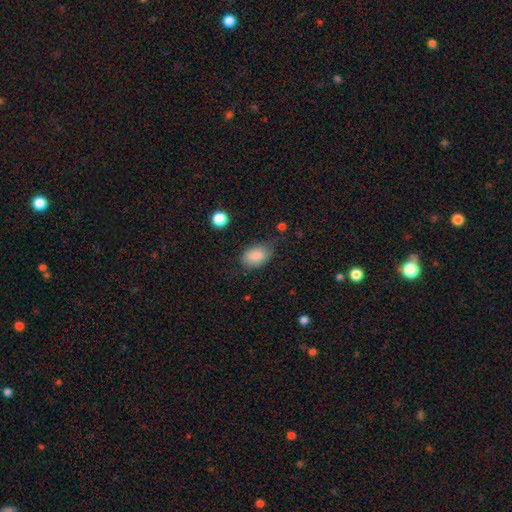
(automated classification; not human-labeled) Smooth or featured?
  - smooth: 86% *
  - star or artifact: 7%
  - featured or disk: 7%
How rounded?
  - in between: 86% *
  - round: 12%
  - cigar-shaped: 1%
Merging?
  - none: 64% *
  - minor disturbance: 27%
  - major disturbance: 7%
  - merger: 2%